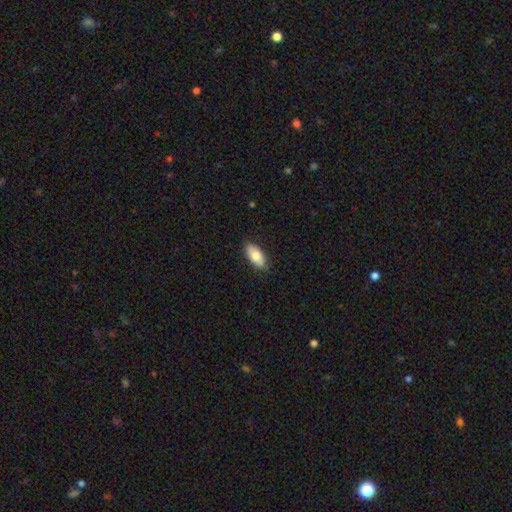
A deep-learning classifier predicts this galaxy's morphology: A smooth galaxy with no disk features (77%) that is in between round and cigar-shaped (89%).

Vote fractions:
- Smooth or featured? smooth: 77% / featured or disk: 17% / star or artifact: 6%
- How rounded? in between: 89% / cigar-shaped: 8% / round: 3%
- Merging? none: 87% / minor disturbance: 10% / major disturbance: 2% / merger: 1%